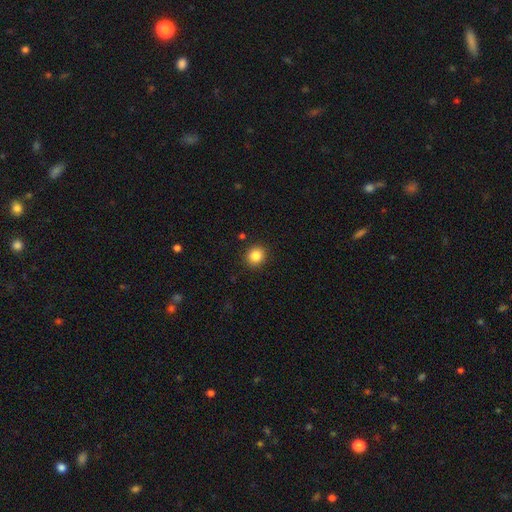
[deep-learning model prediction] smooth 85%, star or artifact 10%, featured or disk 5%. Down the decision tree: how rounded — round (84%); merging — none (90%).